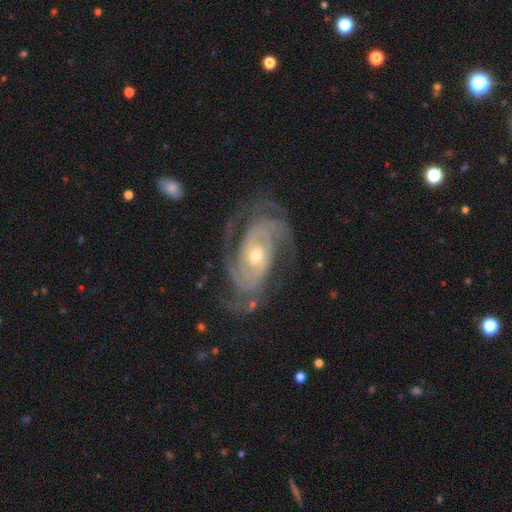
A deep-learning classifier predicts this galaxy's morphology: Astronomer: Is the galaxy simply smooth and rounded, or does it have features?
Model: featured or disk — 92%.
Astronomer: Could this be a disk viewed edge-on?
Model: no — 97%.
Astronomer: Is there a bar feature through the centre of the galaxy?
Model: no — 63%.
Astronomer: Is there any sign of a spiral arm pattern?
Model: yes — 98%.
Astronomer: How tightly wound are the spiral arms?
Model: tight — 60%.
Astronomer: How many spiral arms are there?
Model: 3 — 33% (runner-up: 2, 29%).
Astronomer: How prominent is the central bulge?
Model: moderate — 52% (runner-up: small, 44%).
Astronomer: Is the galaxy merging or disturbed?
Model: none — 70%.